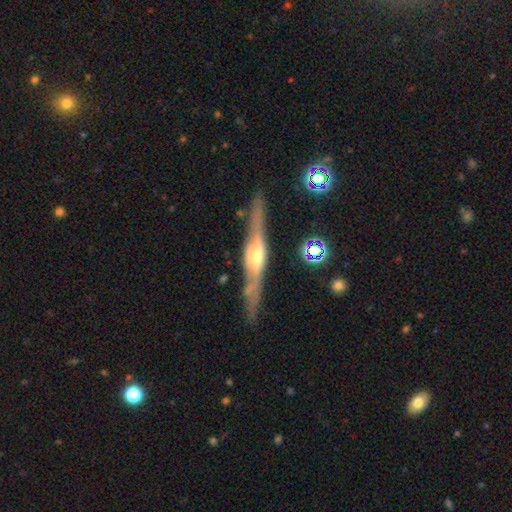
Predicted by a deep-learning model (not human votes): Morphology: type=featured or disk (82%); edge-on=yes (96%); edge-on bulge=rounded (82%); merging=none (84%).